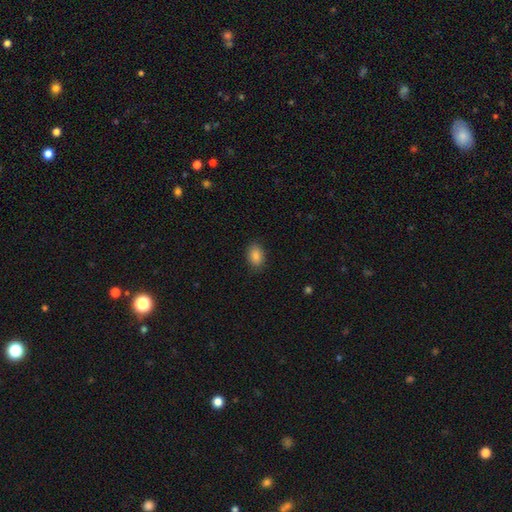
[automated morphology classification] type=smooth (86%); roundness=in between (81%); merging=none (87%).